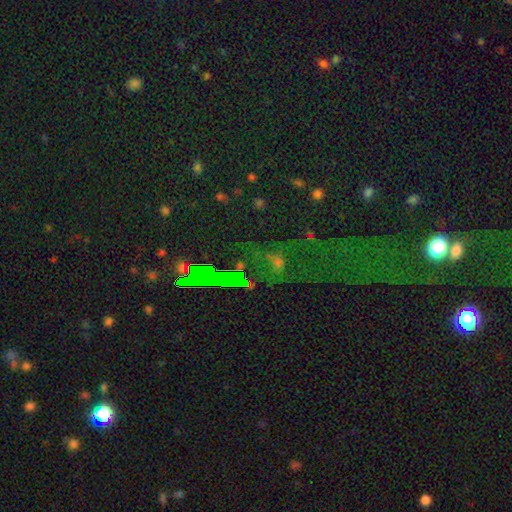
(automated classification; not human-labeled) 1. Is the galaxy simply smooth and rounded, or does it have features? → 72% star or artifact, 16% smooth, 11% featured or disk.